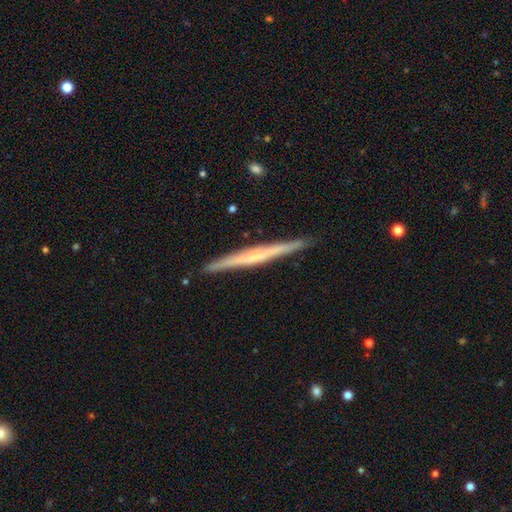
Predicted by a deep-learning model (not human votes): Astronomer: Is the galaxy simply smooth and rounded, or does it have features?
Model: featured or disk — 65%.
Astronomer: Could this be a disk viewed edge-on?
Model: yes — 98%.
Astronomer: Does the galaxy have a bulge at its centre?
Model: none — 61%.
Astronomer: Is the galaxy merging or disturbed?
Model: none — 91%.